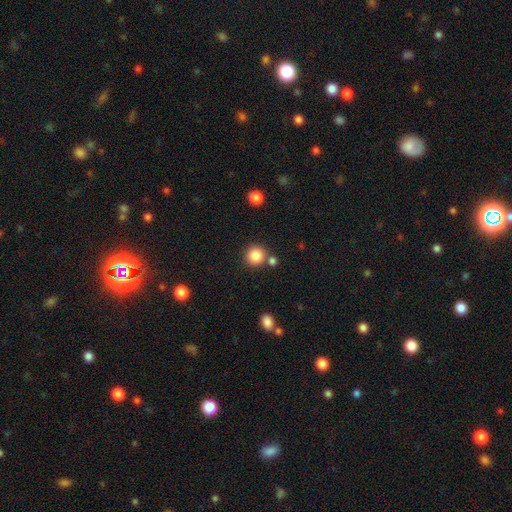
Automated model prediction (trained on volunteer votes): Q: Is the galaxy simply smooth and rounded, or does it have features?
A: smooth — 85%.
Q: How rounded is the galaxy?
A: round — 92%.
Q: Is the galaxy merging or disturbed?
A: none — 77%.